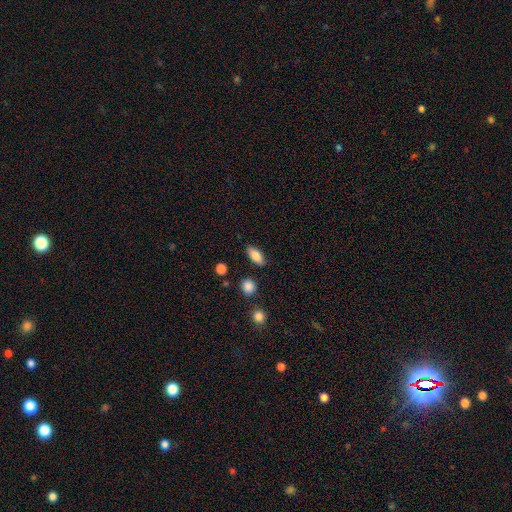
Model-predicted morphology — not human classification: Smooth or featured: smooth — 81% (featured or disk — 12%)
How rounded: in between — 81% (cigar-shaped — 14%)
Merging: none — 84% (minor disturbance — 11%)